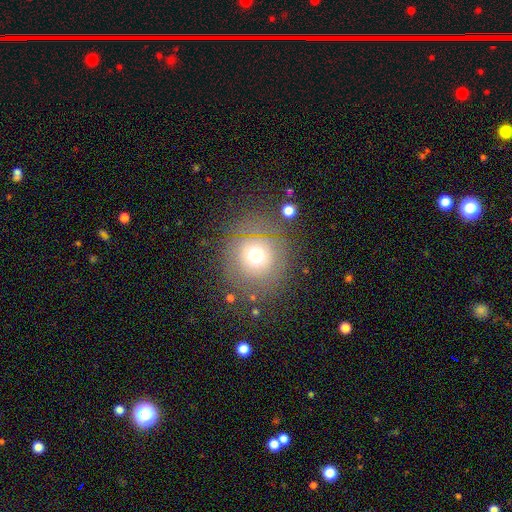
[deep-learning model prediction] Morphology: type=smooth (65%); roundness=round (92%); merging=none (76%).